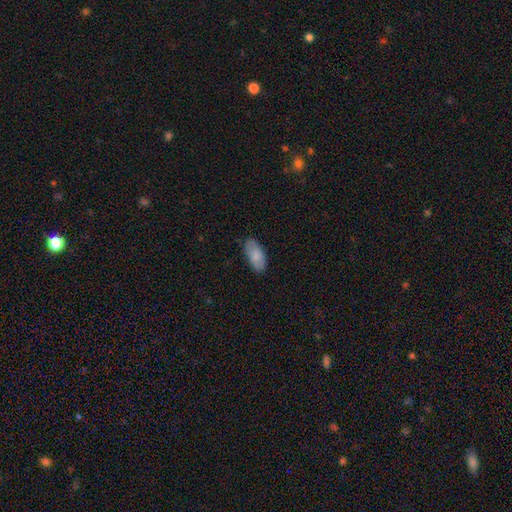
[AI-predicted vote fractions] Morphology: type=smooth (83%); roundness=in between (92%); merging=none (80%).